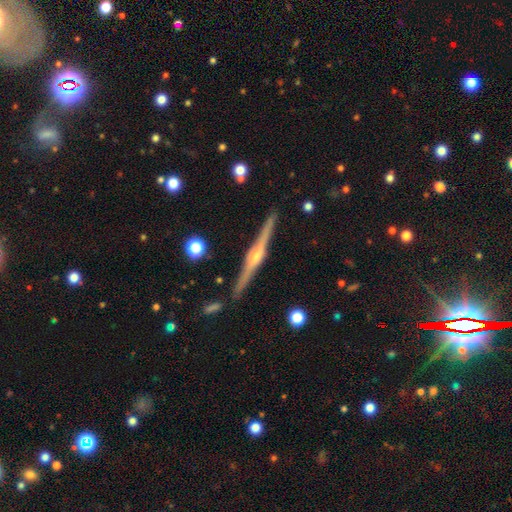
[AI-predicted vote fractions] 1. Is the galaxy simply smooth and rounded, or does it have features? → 86% featured or disk, 8% smooth, 6% star or artifact.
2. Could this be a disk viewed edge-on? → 98% yes, 2% no.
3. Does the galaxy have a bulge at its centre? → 86% rounded, 8% boxy, 7% none.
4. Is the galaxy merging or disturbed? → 90% none, 6% minor disturbance, 2% merger, 1% major disturbance.